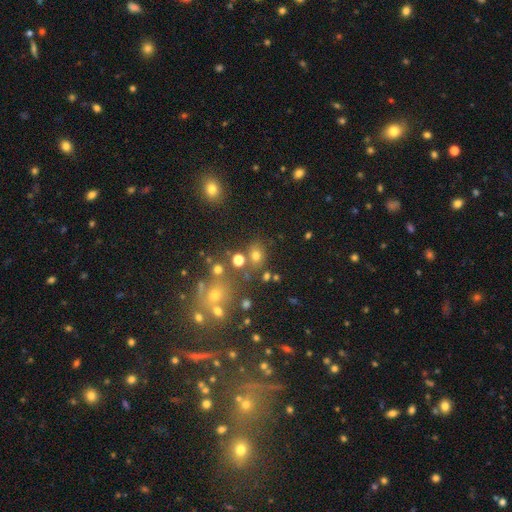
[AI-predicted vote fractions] This appears to be a smooth galaxy with no disk features (67%) that is round (69%). Merging: none (70%).